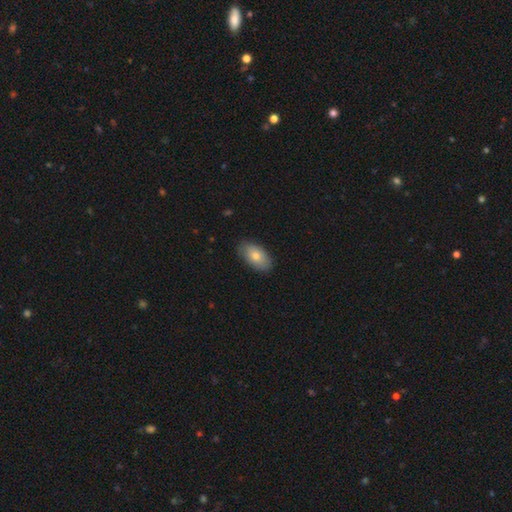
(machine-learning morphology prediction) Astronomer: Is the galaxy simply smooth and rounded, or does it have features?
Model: smooth — 75%.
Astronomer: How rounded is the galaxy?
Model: in between — 93%.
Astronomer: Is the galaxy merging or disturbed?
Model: none — 86%.